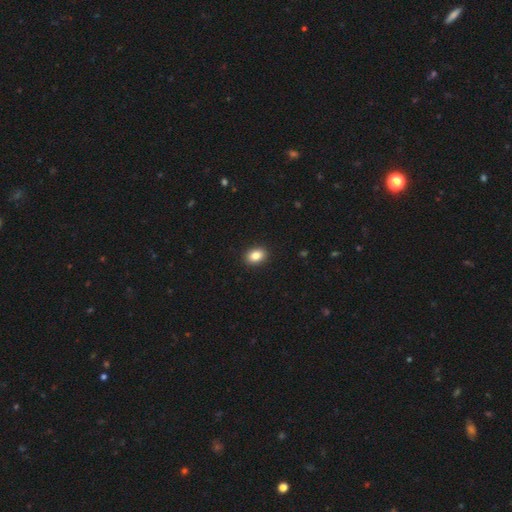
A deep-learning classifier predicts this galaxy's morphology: smooth-or-featured: smooth: 85% | star or artifact: 9% | featured or disk: 6%
  how-rounded: in between: 68% | round: 31% | cigar-shaped: 1%
  merging: none: 92% | minor disturbance: 6% | major disturbance: 2% | merger: 1%